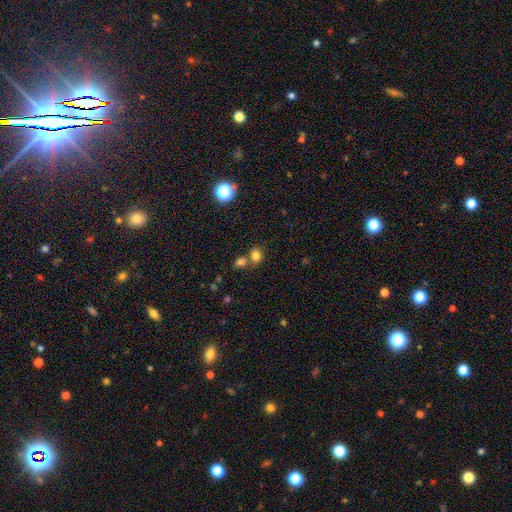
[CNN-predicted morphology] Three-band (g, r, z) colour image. It shows a smooth galaxy with no disk features (78%) that is round (67%). Merging: none (53%).